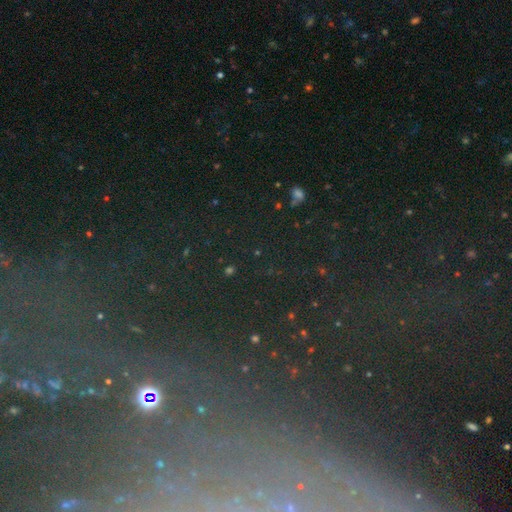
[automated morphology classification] smooth_or_featured: star or artifact (p=0.55) [alt: featured or disk p=0.26]